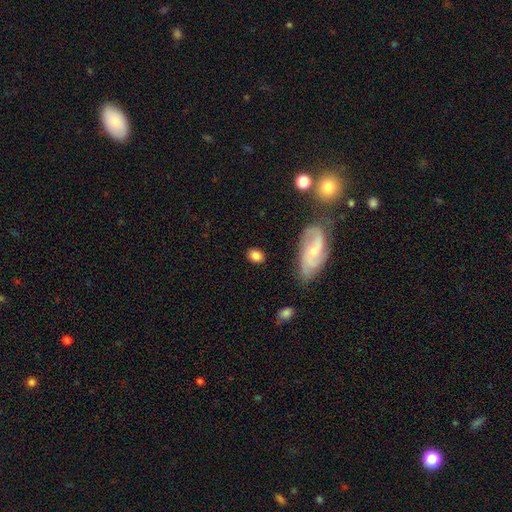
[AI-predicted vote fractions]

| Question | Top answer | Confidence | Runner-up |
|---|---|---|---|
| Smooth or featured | smooth | 79% | featured or disk (13%) |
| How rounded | in between | 71% | round (27%) |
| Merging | none | 80% | minor disturbance (13%) |